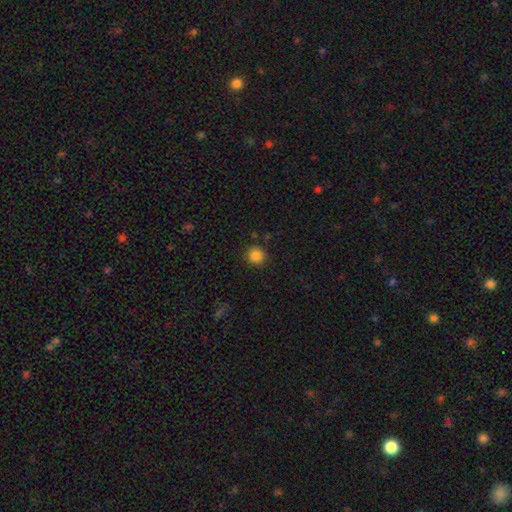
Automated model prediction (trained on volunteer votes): smooth 84%, star or artifact 11%, featured or disk 5%. Down the decision tree: how rounded — round (92%); merging — none (87%).